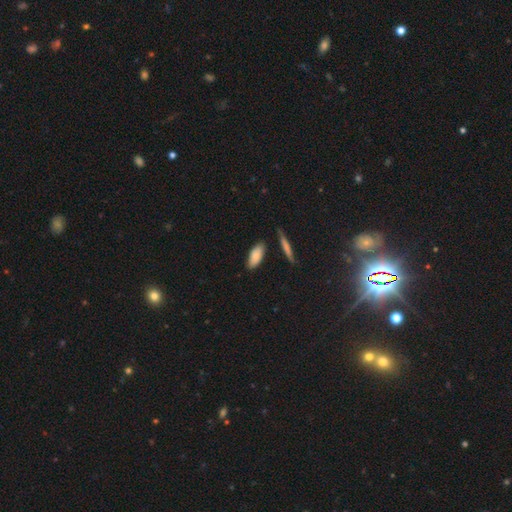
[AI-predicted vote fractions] Smooth or featured? smooth (81%)
How rounded? in between (81%)
Merging? none (79%)